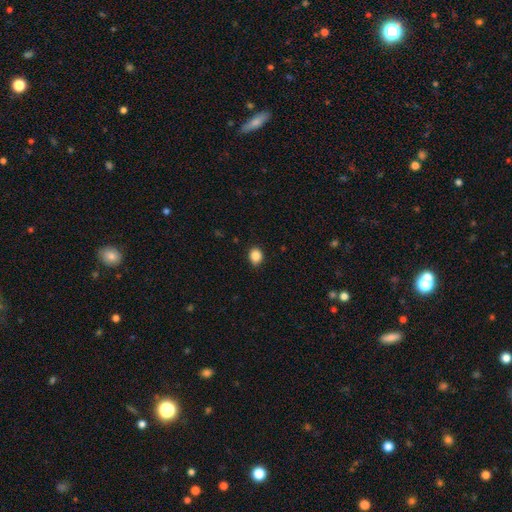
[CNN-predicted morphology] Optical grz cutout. It shows a smooth galaxy with no disk features (87%) that is round (58%). Merging: none (87%).